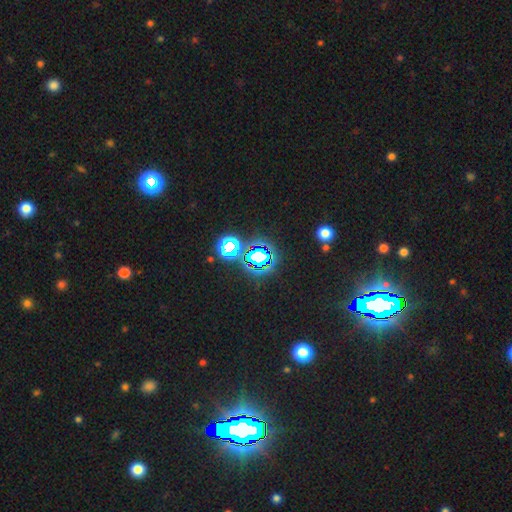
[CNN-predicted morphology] smooth_or_featured: star or artifact (p=0.75) [alt: smooth p=0.15]